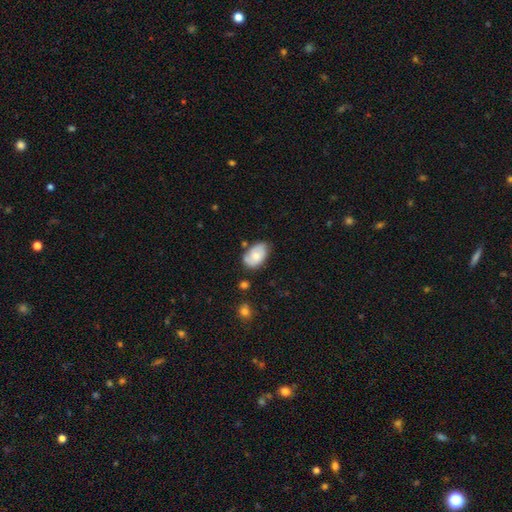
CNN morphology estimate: This appears to be a smooth galaxy with no disk features (64%) that is in between round and cigar-shaped (90%). Merging: none (61%).